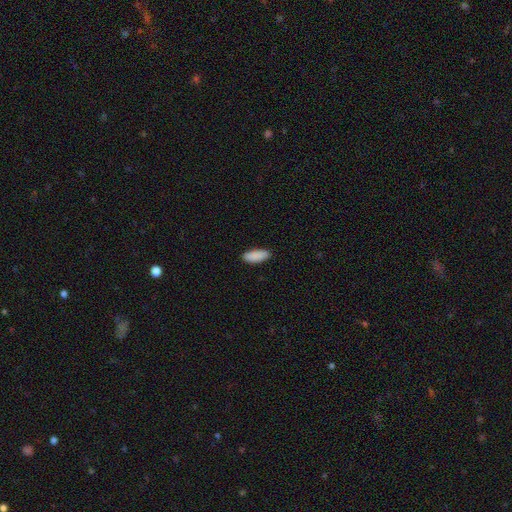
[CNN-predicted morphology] smooth_or_featured: smooth (p=0.91) [alt: star or artifact p=0.06]
how_rounded: in between (p=0.71) [alt: cigar-shaped p=0.27]
merging: none (p=0.89) [alt: minor disturbance p=0.09]